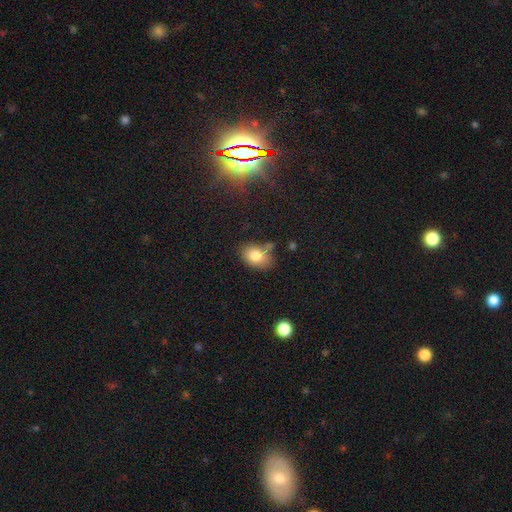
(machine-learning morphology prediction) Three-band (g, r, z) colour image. It shows a smooth galaxy with no disk features (80%) that is in between round and cigar-shaped (79%). Merging: none (60%).